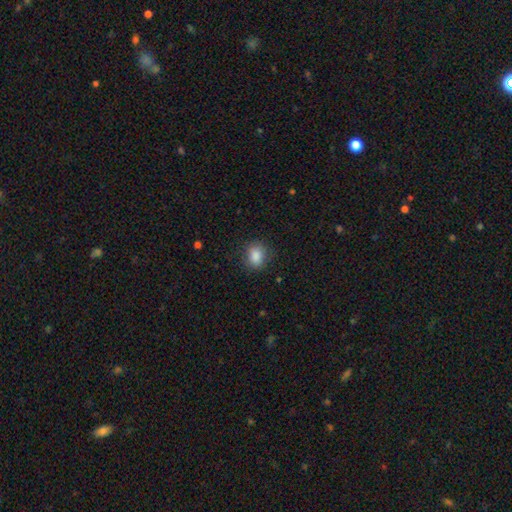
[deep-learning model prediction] smooth-or-featured: smooth: 86% | star or artifact: 9% | featured or disk: 5%
  how-rounded: round: 51% | in between: 47% | cigar-shaped: 1%
  merging: none: 81% | minor disturbance: 14% | major disturbance: 4% | merger: 1%